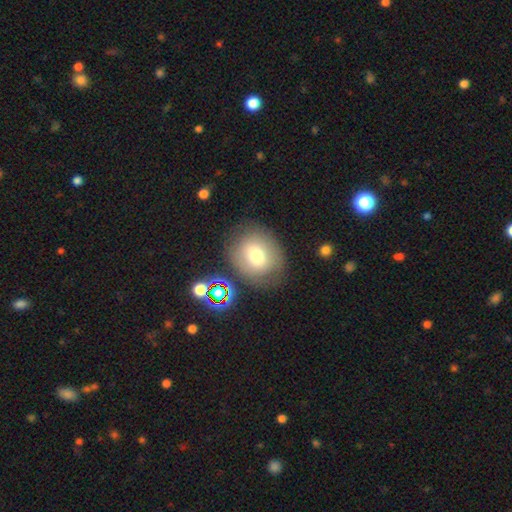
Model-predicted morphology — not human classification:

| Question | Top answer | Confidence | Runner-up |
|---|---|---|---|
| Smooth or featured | smooth | 68% | featured or disk (20%) |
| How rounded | round | 63% | in between (36%) |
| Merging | none | 73% | minor disturbance (16%) |